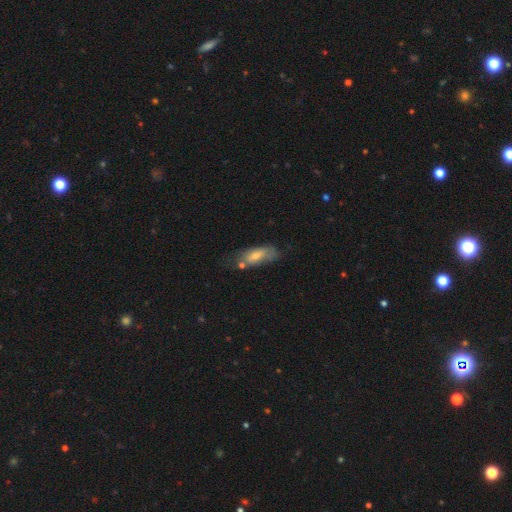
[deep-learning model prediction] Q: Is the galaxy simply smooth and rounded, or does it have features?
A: smooth — 66%.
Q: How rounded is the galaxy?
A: in between — 72%.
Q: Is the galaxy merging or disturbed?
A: none — 43%.